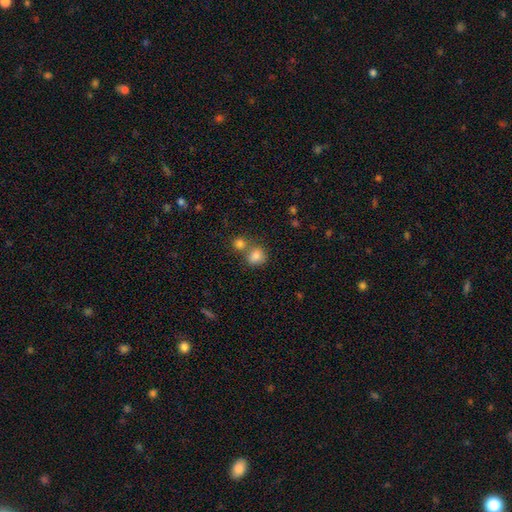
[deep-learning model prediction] This appears to be a smooth galaxy with no disk features (82%) that is round (68%). Merging: none (51%).